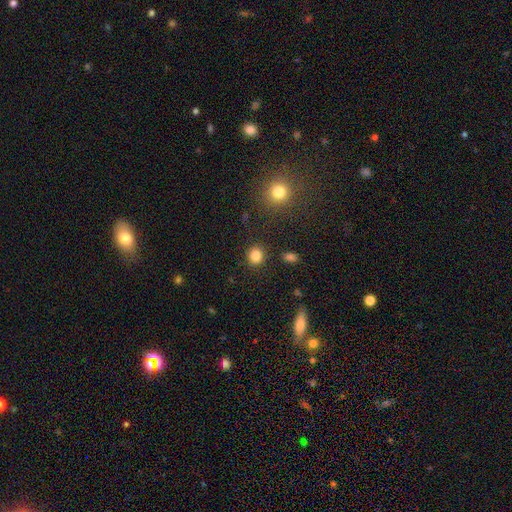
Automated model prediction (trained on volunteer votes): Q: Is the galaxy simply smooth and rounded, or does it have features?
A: smooth — 85%.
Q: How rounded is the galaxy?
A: round — 85%.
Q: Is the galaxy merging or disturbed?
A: none — 89%.